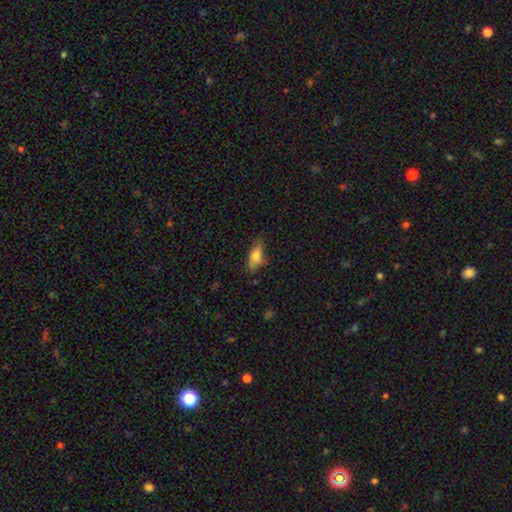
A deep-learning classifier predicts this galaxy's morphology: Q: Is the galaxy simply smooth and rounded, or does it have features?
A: smooth — 69%.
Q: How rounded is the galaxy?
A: in between — 71%.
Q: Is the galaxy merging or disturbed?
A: none — 70%.